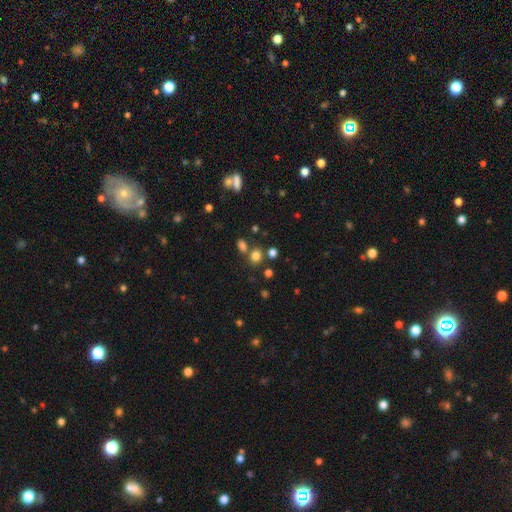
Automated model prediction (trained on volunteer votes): The model was most divided on "how rounded": round: 65%, in between: 34%, cigar-shaped: 1%. More confident: smooth or featured — smooth (75%); merging — none (65%).